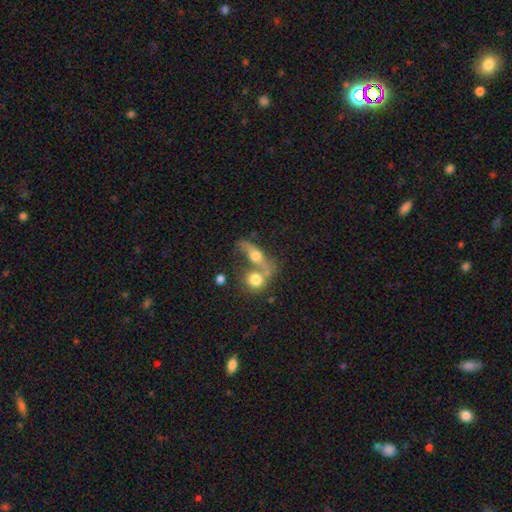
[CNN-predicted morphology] This appears to be a smooth galaxy with no disk features (46%). Merging: merger (43%).